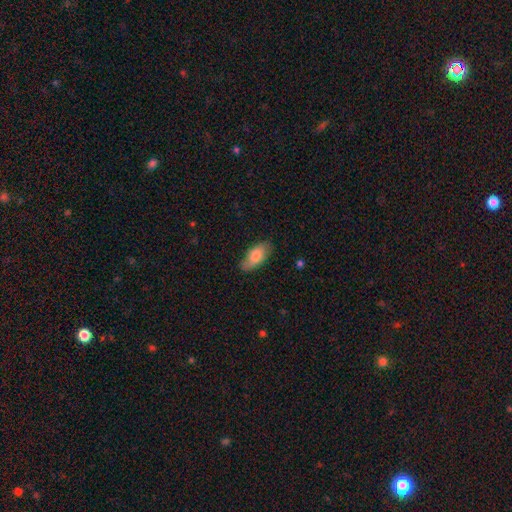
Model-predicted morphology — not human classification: Smooth or featured: smooth — 77% (featured or disk — 17%)
How rounded: in between — 88% (cigar-shaped — 10%)
Merging: none — 78% (minor disturbance — 17%)